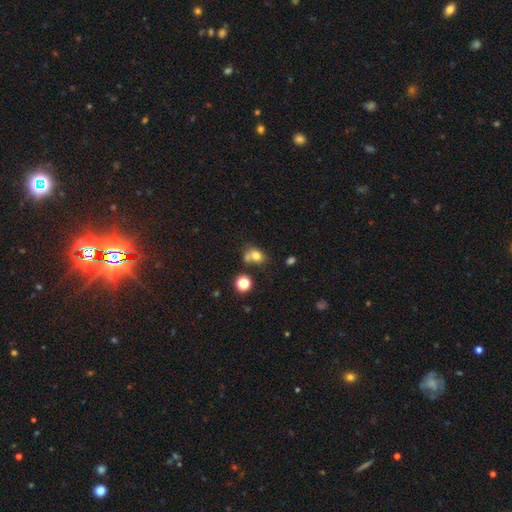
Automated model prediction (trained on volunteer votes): A smooth galaxy with no disk features (74%) that is round (53%).

Vote fractions:
- Smooth or featured? smooth: 74% / star or artifact: 14% / featured or disk: 12%
- How rounded? round: 53% / in between: 45% / cigar-shaped: 1%
- Merging? none: 44% / merger: 32% / minor disturbance: 16% / major disturbance: 8%